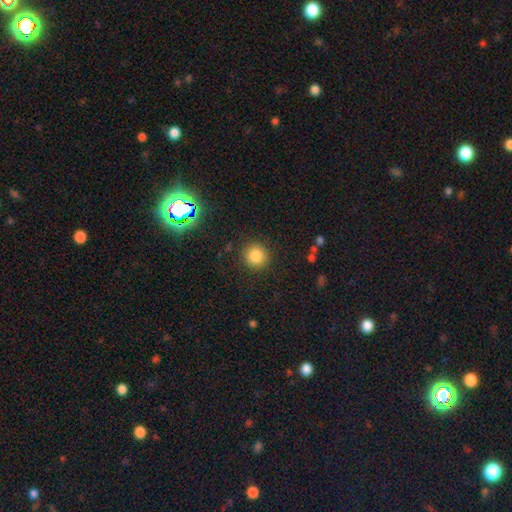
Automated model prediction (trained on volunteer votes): Smooth or featured? Predicted: smooth (p=0.83). How rounded? Predicted: round (p=0.93). Merging? Predicted: none (p=0.89).